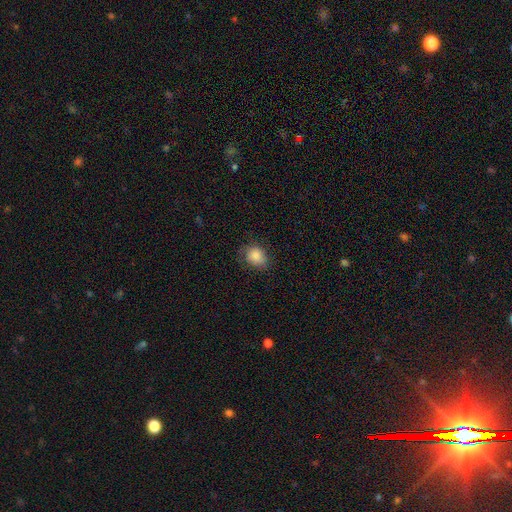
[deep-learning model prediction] Smooth or featured? Predicted: smooth (p=0.85). How rounded? Predicted: round (p=0.52). Merging? Predicted: none (p=0.68).